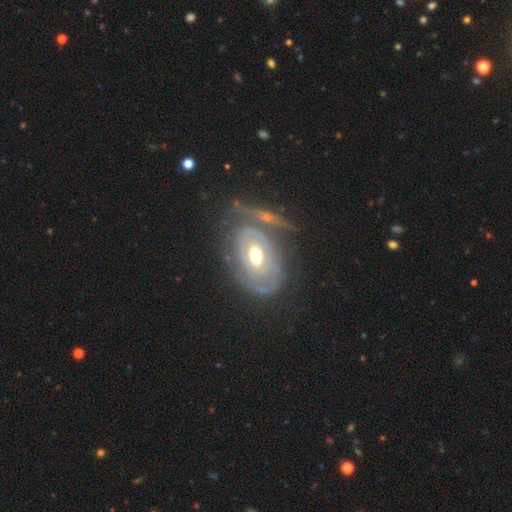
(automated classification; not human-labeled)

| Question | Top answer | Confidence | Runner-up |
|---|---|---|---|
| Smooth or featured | featured or disk | 77% | smooth (17%) |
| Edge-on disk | no | 93% | yes (7%) |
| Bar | no | 65% | weak (26%) |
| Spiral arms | yes | 65% | no (35%) |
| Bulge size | moderate | 72% | large (13%) |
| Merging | none | 53% | minor disturbance (21%) |